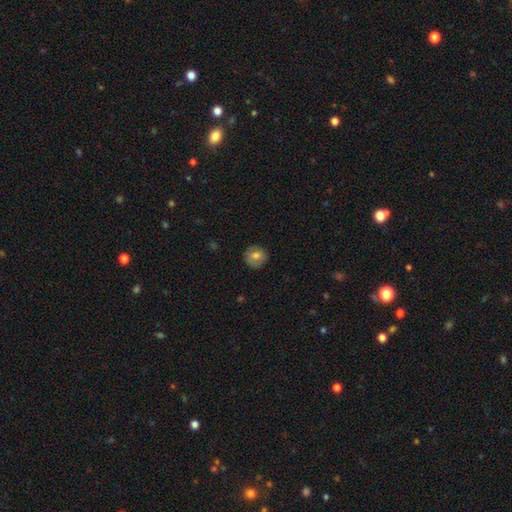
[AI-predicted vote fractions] smooth_or_featured: smooth (p=0.76) [alt: featured or disk p=0.15]
how_rounded: round (p=0.90) [alt: in between p=0.09]
merging: none (p=0.87) [alt: minor disturbance p=0.10]